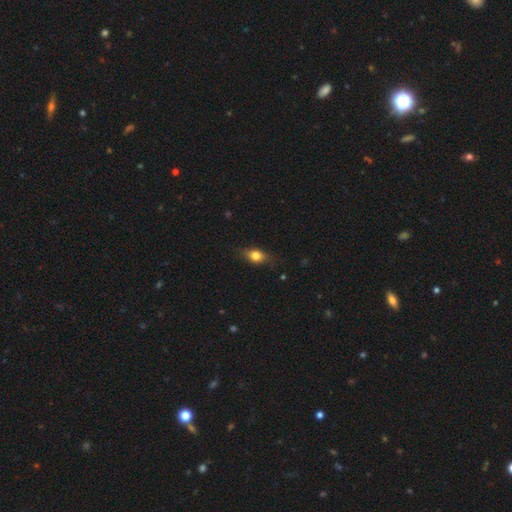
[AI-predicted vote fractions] smooth_or_featured: smooth (p=0.74) [alt: featured or disk p=0.17]
how_rounded: in between (p=0.70) [alt: round p=0.20]
merging: none (p=0.77) [alt: minor disturbance p=0.18]